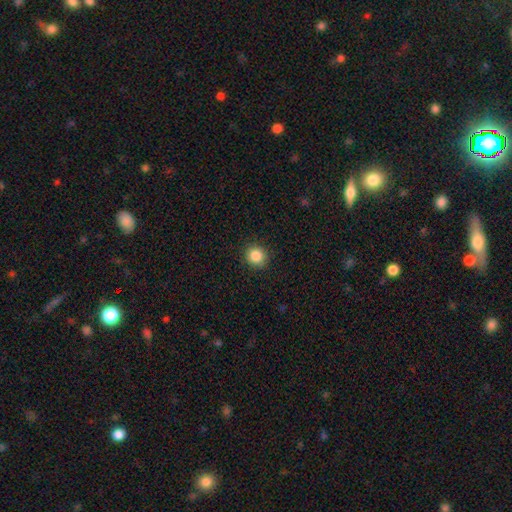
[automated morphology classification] A smooth galaxy with no disk features (86%) that is round (89%). Merging: none (90%).